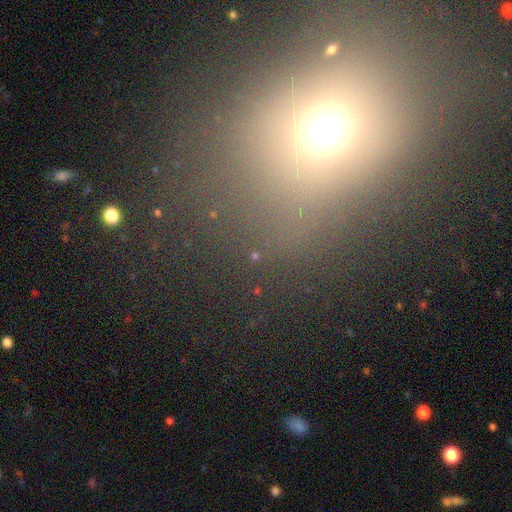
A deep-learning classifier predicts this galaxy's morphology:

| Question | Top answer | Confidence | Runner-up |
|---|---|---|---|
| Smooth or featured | star or artifact | 52% | smooth (35%) |